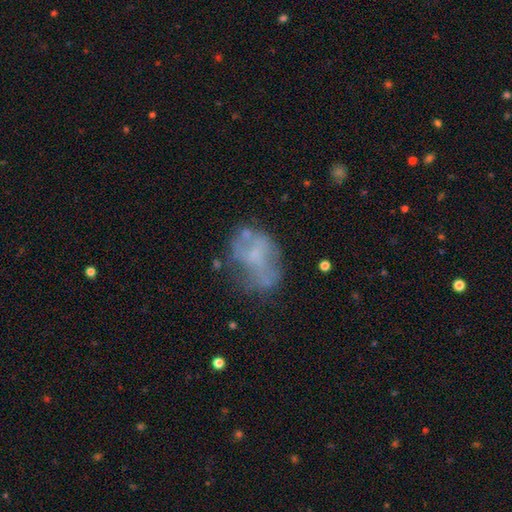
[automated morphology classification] featured or disk 53%, smooth 35%, star or artifact 13%. Down the decision tree: edge-on disk — no (97%); bar — no (78%); spiral arms — no (81%); bulge size — none (48%); merging — none (43%).